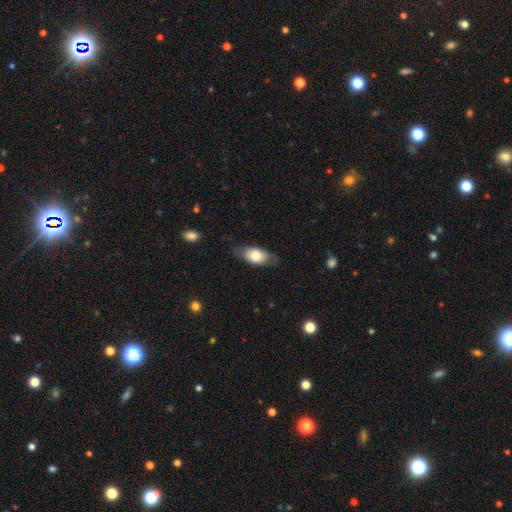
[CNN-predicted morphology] smooth-or-featured: smooth: 70% | featured or disk: 24% | star or artifact: 6%
  how-rounded: in between: 86% | cigar-shaped: 9% | round: 5%
  merging: none: 73% | minor disturbance: 20% | major disturbance: 6% | merger: 1%